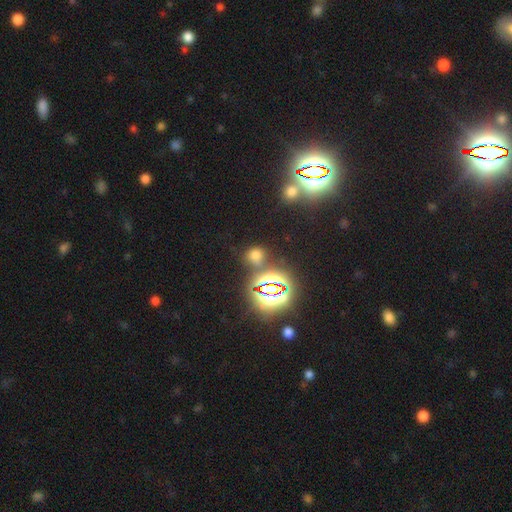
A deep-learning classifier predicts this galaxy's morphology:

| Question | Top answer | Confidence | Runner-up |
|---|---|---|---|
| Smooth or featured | smooth | 52% | star or artifact (41%) |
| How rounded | round | 71% | in between (27%) |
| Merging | none | 72% | minor disturbance (12%) |